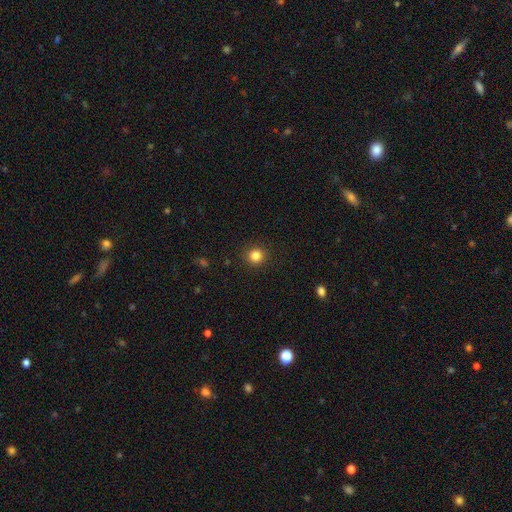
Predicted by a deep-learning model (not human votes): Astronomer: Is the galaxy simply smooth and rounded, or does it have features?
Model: smooth — 84%.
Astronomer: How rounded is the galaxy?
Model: round — 93%.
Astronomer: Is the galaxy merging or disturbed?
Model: none — 92%.